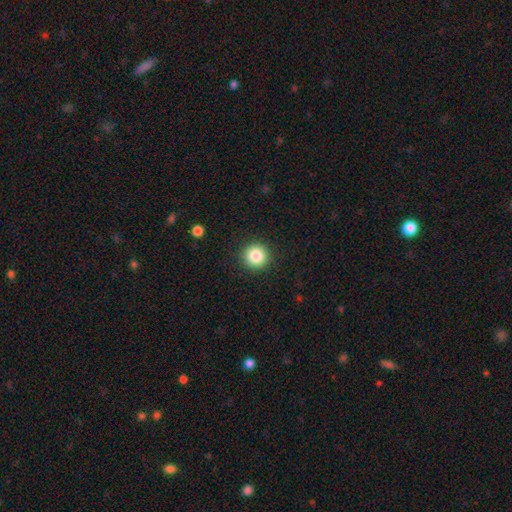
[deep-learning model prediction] Smooth or featured?
  - smooth: 85% *
  - star or artifact: 10%
  - featured or disk: 5%
How rounded?
  - round: 95% *
  - in between: 5%
  - cigar-shaped: 1%
Merging?
  - none: 91% *
  - minor disturbance: 6%
  - major disturbance: 2%
  - merger: 1%